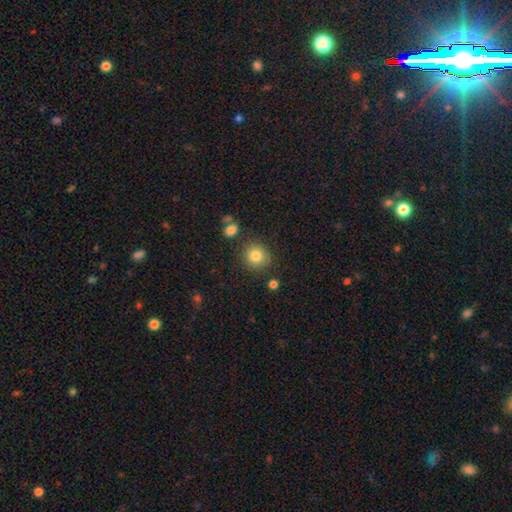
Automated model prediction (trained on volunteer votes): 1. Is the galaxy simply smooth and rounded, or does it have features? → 82% smooth, 10% star or artifact, 7% featured or disk.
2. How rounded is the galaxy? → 89% round, 10% in between, 1% cigar-shaped.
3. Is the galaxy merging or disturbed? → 84% none, 9% minor disturbance, 4% merger, 3% major disturbance.